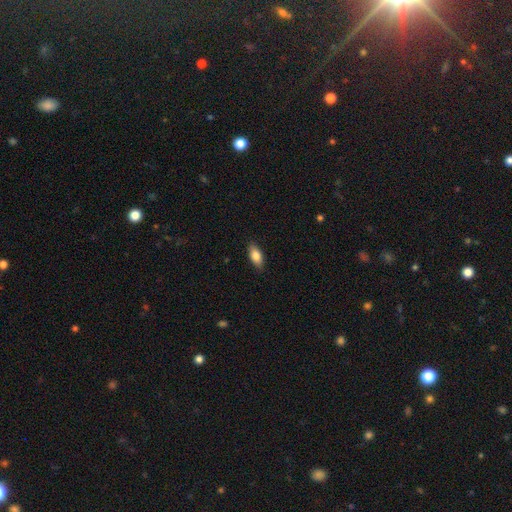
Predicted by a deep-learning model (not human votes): Smooth or featured?
  - smooth: 80% *
  - featured or disk: 14%
  - star or artifact: 7%
How rounded?
  - in between: 85% *
  - cigar-shaped: 12%
  - round: 3%
Merging?
  - none: 87% *
  - minor disturbance: 10%
  - major disturbance: 2%
  - merger: 1%